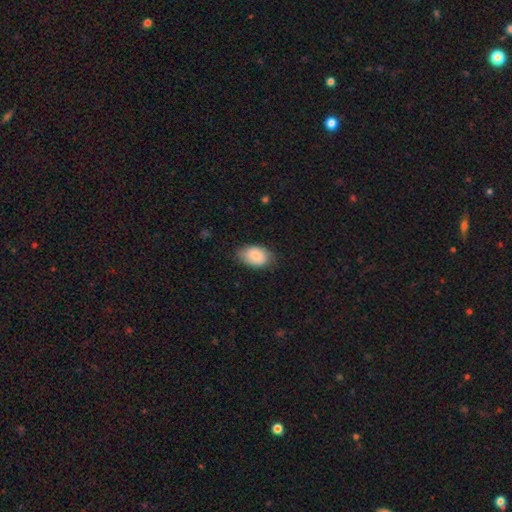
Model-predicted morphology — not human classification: This is clearly a smooth galaxy (80%). How rounded: clearly in between (88%). Merging: likely none (74%).